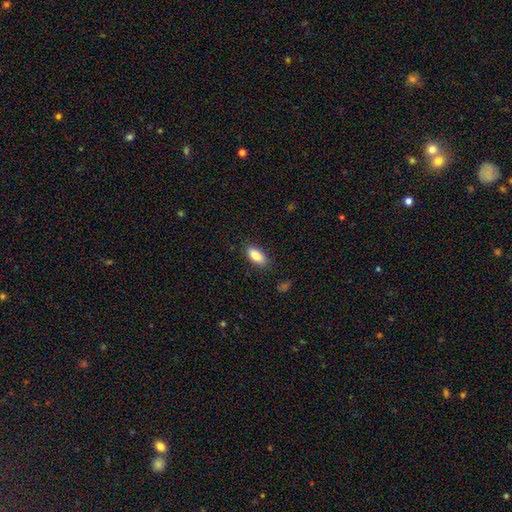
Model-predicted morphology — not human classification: type=smooth (85%); roundness=in between (83%); merging=none (86%).